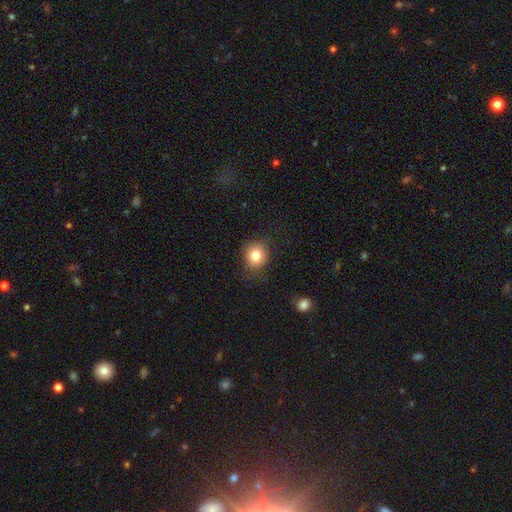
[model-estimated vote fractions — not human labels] Overall: smooth (81%). How rounded: round (81%). Merging: none (79%).